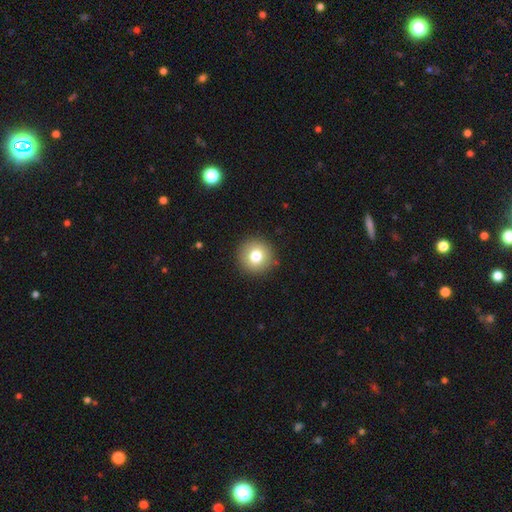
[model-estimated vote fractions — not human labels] Smooth or featured? Predicted: smooth (p=0.77). How rounded? Predicted: round (p=0.95). Merging? Predicted: none (p=0.92).